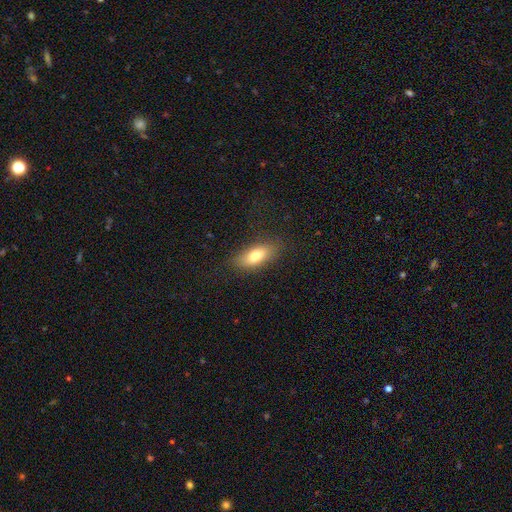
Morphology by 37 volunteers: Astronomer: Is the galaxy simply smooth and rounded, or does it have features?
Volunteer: smooth — 68%.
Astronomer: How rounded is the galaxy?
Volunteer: in between — 92%.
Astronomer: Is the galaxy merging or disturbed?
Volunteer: none — 92%.